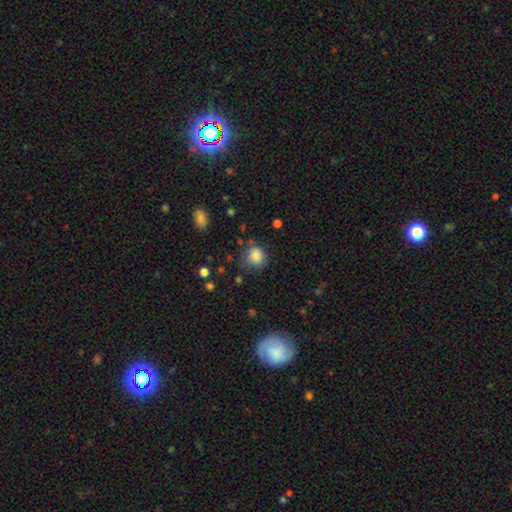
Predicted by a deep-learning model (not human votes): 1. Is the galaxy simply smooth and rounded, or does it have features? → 85% smooth, 10% star or artifact, 6% featured or disk.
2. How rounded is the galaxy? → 78% round, 21% in between, 1% cigar-shaped.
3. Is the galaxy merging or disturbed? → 65% none, 23% minor disturbance, 9% major disturbance, 3% merger.